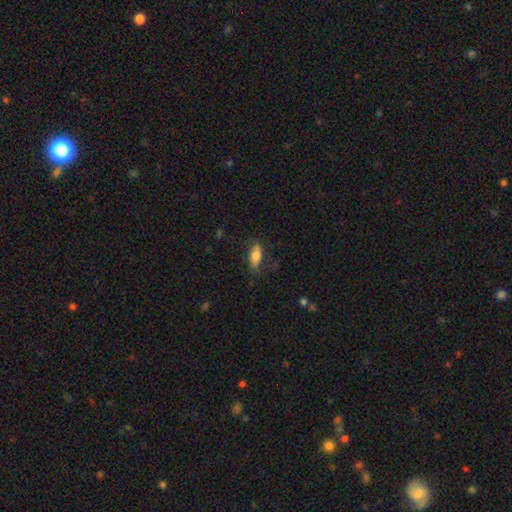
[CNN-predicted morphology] smooth-or-featured: smooth: 71% | featured or disk: 22% | star or artifact: 7%
  how-rounded: in between: 72% | cigar-shaped: 25% | round: 3%
  merging: none: 73% | minor disturbance: 20% | major disturbance: 6% | merger: 1%